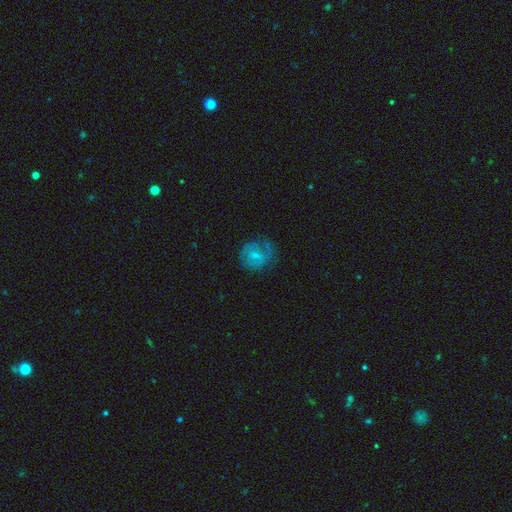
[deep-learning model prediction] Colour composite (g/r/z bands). It shows a featured or disk galaxy (51%). Merging: none (58%).